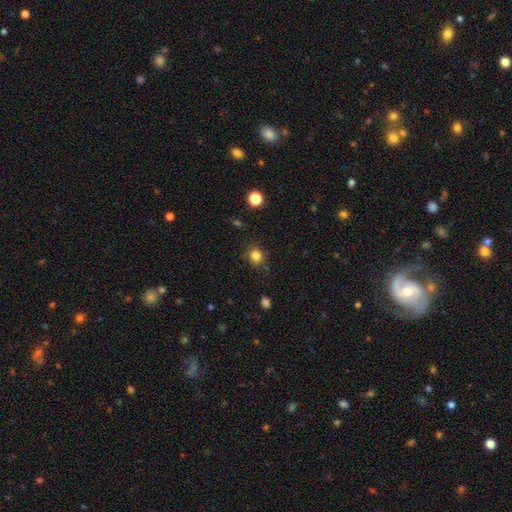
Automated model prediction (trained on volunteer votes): A smooth galaxy with no disk features (83%) that is round (82%).

Vote fractions:
- Smooth or featured? smooth: 83% / star or artifact: 12% / featured or disk: 5%
- How rounded? round: 82% / in between: 17% / cigar-shaped: 1%
- Merging? none: 84% / minor disturbance: 11% / major disturbance: 3% / merger: 2%